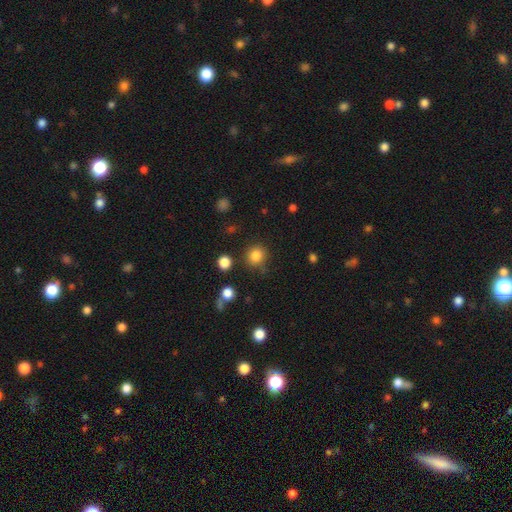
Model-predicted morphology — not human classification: This is clearly a smooth galaxy (83%). How rounded: clearly round (88%). Merging: clearly none (81%).